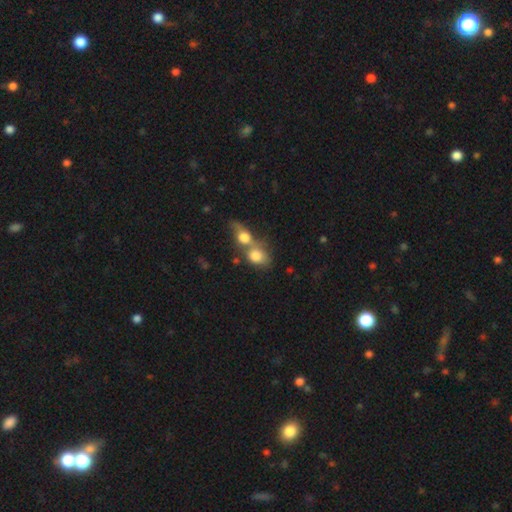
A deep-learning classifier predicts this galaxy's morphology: smooth-or-featured: smooth: 78% | featured or disk: 14% | star or artifact: 9%
  how-rounded: in between: 51% | round: 46% | cigar-shaped: 2%
  merging: merger: 68% | none: 20% | minor disturbance: 7% | major disturbance: 6%